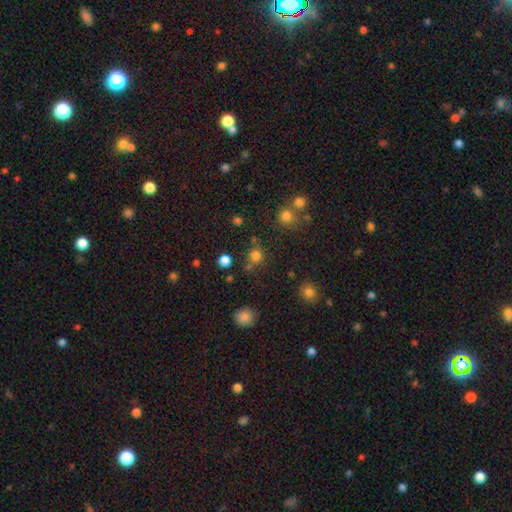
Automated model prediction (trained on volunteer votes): A smooth galaxy with no disk features (77%) that is round (90%). Merging: none (73%).